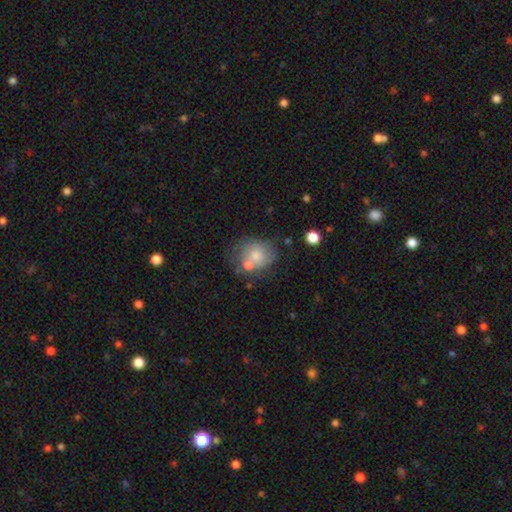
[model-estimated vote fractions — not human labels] Smooth or featured?
  - smooth: 64% *
  - featured or disk: 26%
  - star or artifact: 10%
How rounded?
  - round: 65% *
  - in between: 34%
  - cigar-shaped: 1%
Merging?
  - none: 45% *
  - merger: 26%
  - minor disturbance: 20%
  - major disturbance: 9%